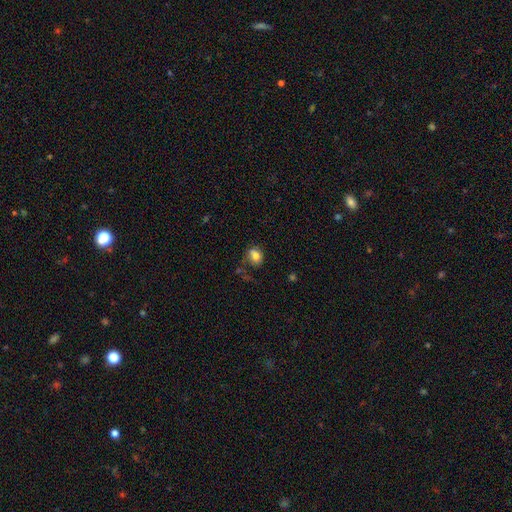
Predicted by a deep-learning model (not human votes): This is likely a smooth galaxy (75%). How rounded: possibly round (50%). Merging: possibly none (59%).